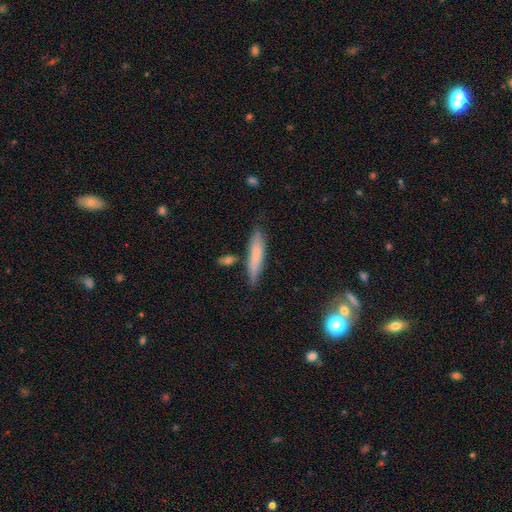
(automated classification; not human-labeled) Smooth or featured: smooth — 72% (featured or disk — 20%)
How rounded: cigar-shaped — 86% (in between — 12%)
Merging: none — 78% (minor disturbance — 14%)